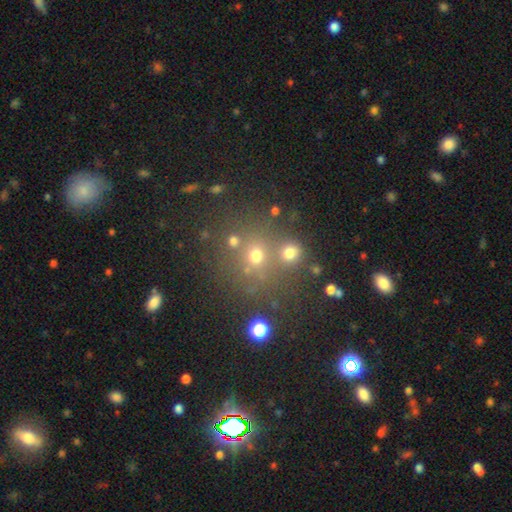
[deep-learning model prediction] This appears to be a smooth galaxy with no disk features (61%) that is round (86%). Merging: none (65%).